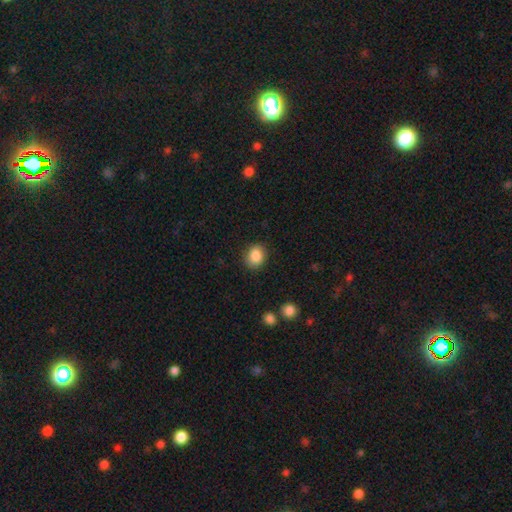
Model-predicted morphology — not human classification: This is clearly a smooth galaxy (87%). How rounded: possibly round (54%). Merging: clearly none (85%).